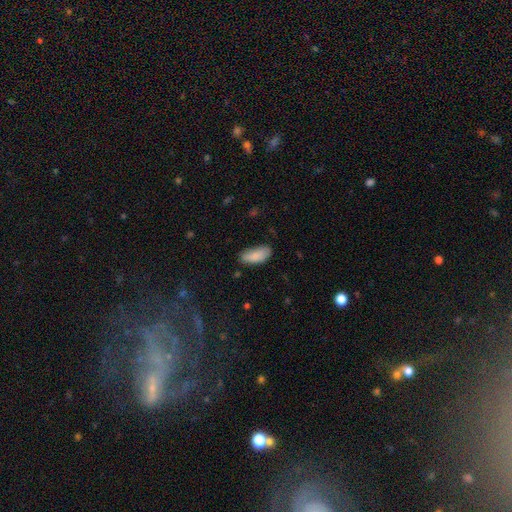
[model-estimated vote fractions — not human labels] Smooth or featured? smooth (85%)
How rounded? in between (84%)
Merging? none (66%)